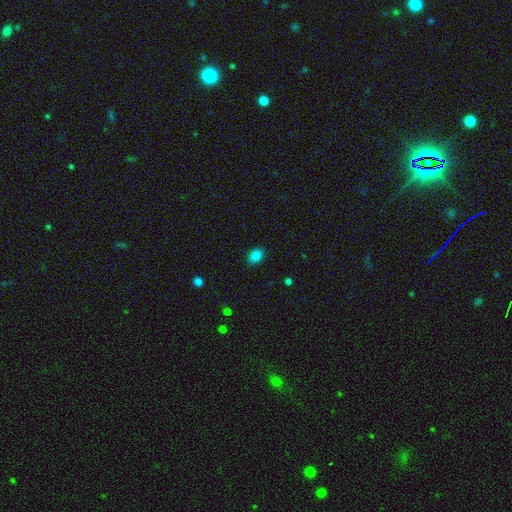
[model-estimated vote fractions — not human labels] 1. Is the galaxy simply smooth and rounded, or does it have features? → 84% smooth, 11% star or artifact, 5% featured or disk.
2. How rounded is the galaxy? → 70% in between, 29% round, 1% cigar-shaped.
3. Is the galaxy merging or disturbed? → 88% none, 9% minor disturbance, 2% major disturbance, 1% merger.